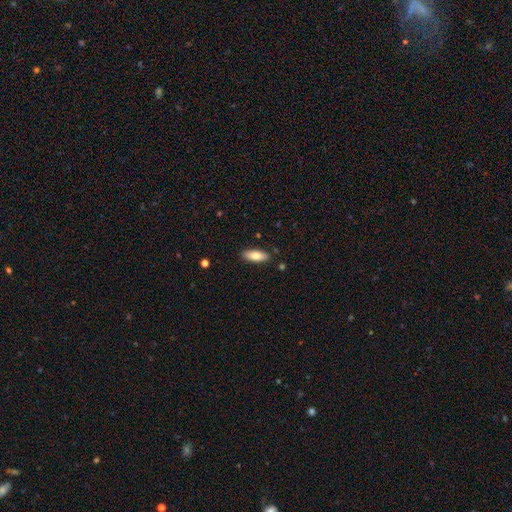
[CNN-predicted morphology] A smooth galaxy with no disk features (79%) that is in between round and cigar-shaped (74%).

Vote fractions:
- Smooth or featured? smooth: 79% / featured or disk: 15% / star or artifact: 6%
- How rounded? in between: 74% / cigar-shaped: 24% / round: 2%
- Merging? none: 88% / minor disturbance: 9% / major disturbance: 2% / merger: 1%